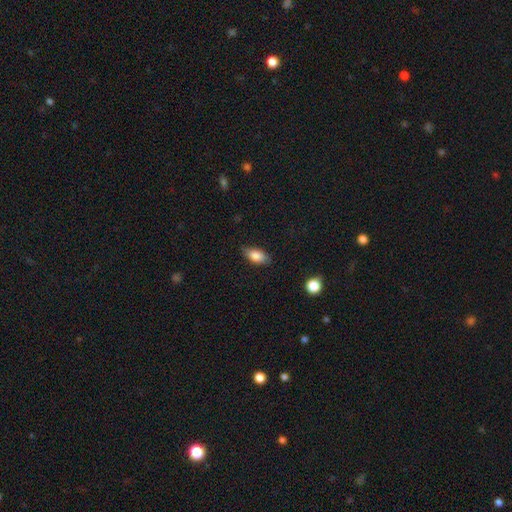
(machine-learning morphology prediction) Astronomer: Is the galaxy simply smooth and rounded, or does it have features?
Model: smooth — 84%.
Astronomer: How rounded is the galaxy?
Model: in between — 88%.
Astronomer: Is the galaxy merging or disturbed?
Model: none — 79%.